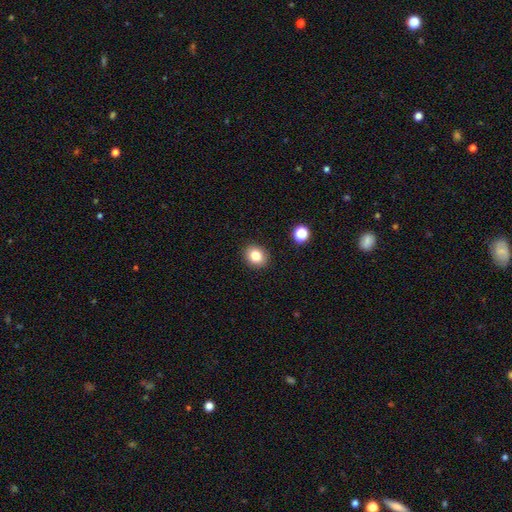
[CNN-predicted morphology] Smooth or featured?
  - smooth: 82% *
  - star or artifact: 11%
  - featured or disk: 7%
How rounded?
  - round: 63% *
  - in between: 36%
  - cigar-shaped: 1%
Merging?
  - none: 90% *
  - minor disturbance: 7%
  - major disturbance: 2%
  - merger: 1%